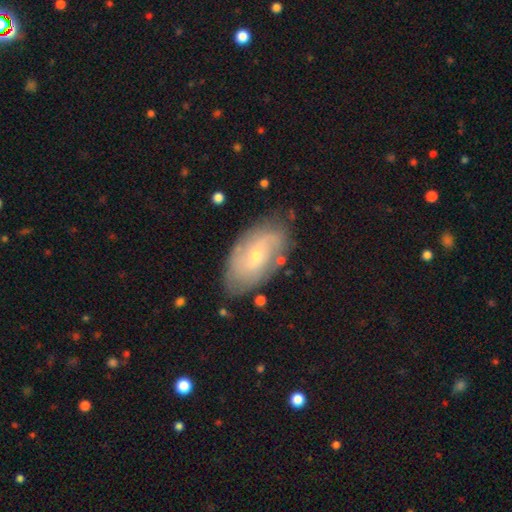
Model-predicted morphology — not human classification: Smooth or featured?
  - featured or disk: 72% *
  - smooth: 21%
  - star or artifact: 6%
Edge-on disk?
  - no: 94% *
  - yes: 6%
Bar?
  - no: 56% *
  - weak: 38%
  - strong: 7%
Spiral arms?
  - yes: 87% *
  - no: 13%
Spiral winding?
  - tight: 40% *
  - medium: 38%
  - loose: 22%
Spiral arm count?
  - 2: 51% *
  - can't tell: 32%
  - 3: 8%
  - 1: 4%
  - 4: 3%
  - more than 4: 2%
Bulge size?
  - small: 64% *
  - moderate: 33%
  - large: 1%
  - none: 1%
  - dominant: 1%
Merging?
  - none: 75% *
  - minor disturbance: 18%
  - major disturbance: 5%
  - merger: 2%